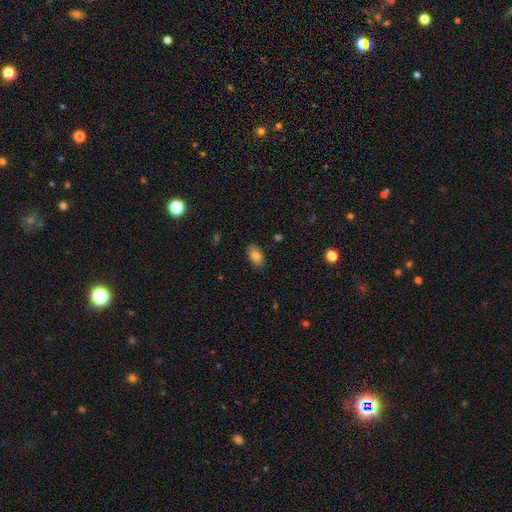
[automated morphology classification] A smooth galaxy with no disk features (82%) that is in between round and cigar-shaped (91%). Merging: none (86%).